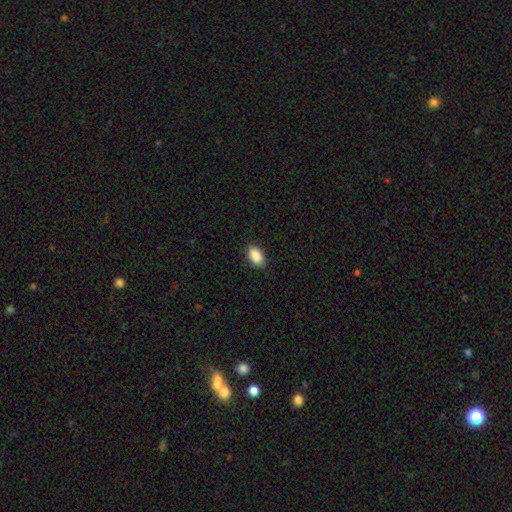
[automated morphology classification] type=smooth (90%); roundness=in between (92%); merging=none (89%).